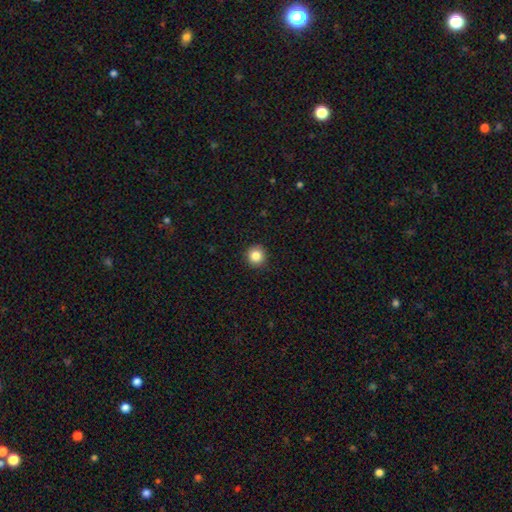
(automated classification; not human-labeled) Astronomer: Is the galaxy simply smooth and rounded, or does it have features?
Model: smooth — 85%.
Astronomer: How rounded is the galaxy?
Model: round — 95%.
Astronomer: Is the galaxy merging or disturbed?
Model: none — 92%.